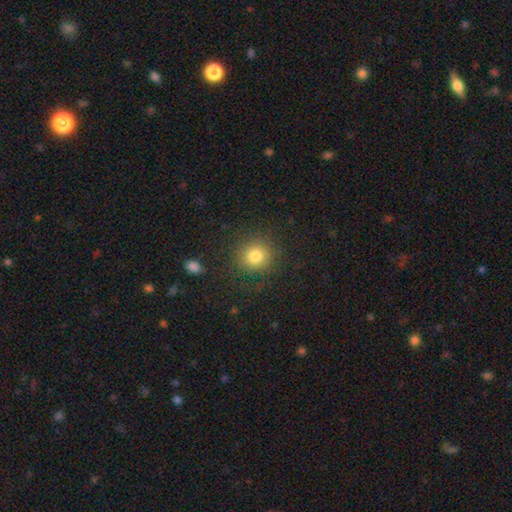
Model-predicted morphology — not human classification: This is clearly a smooth galaxy (81%). How rounded: clearly round (89%). Merging: clearly none (86%).